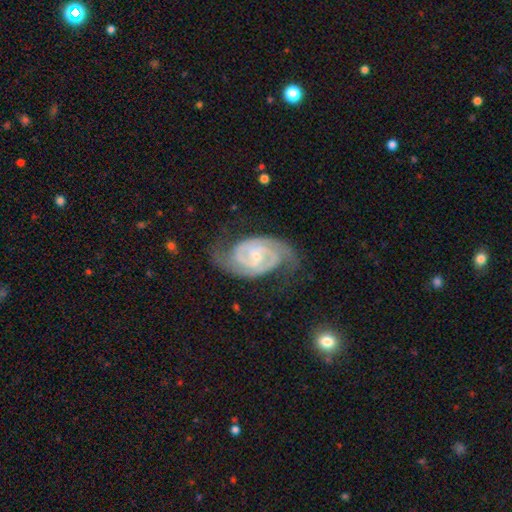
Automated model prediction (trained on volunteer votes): Overall: featured or disk (92%). Edge-on disk: no (98%). Bar: no (46%; weak 40%). Spiral arms: yes (99%). Spiral arm count: 2 (89%). Spiral winding: tight (60%; medium 35%). Bulge size: small (71%). Merging: none (73%).